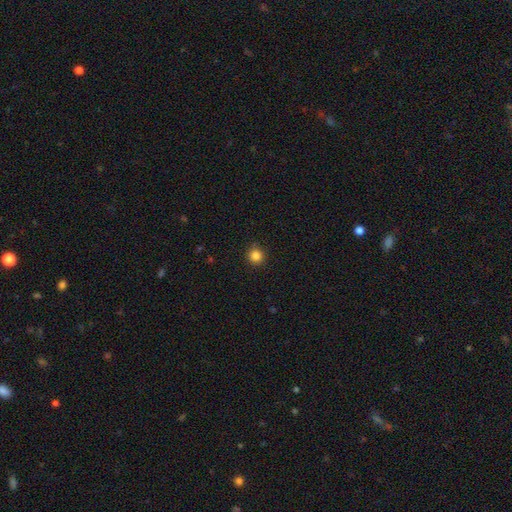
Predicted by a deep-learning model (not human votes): Smooth or featured?
  - smooth: 85% *
  - star or artifact: 12%
  - featured or disk: 4%
How rounded?
  - round: 94% *
  - in between: 5%
  - cigar-shaped: 1%
Merging?
  - none: 89% *
  - minor disturbance: 8%
  - major disturbance: 2%
  - merger: 1%